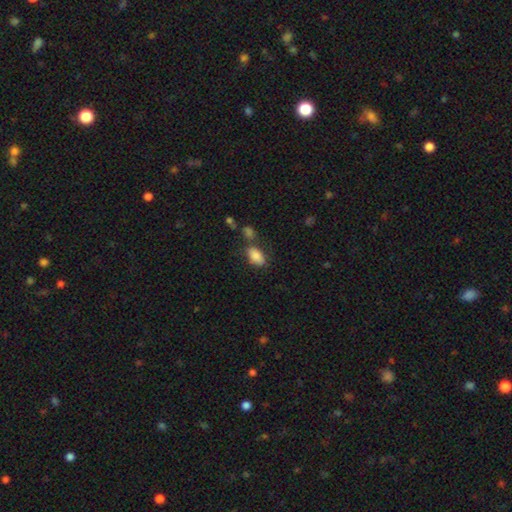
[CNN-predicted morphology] Smooth or featured? smooth (85%)
How rounded? in between (91%)
Merging? none (60%)